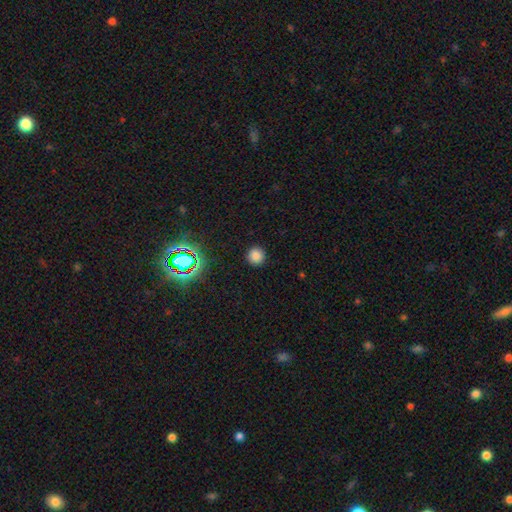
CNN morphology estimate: smooth_or_featured: smooth (p=0.80) [alt: star or artifact p=0.16]
how_rounded: round (p=0.94) [alt: in between p=0.05]
merging: none (p=0.91) [alt: minor disturbance p=0.06]